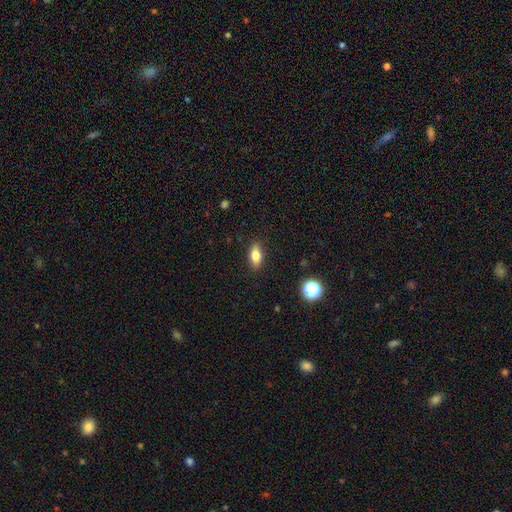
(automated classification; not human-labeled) smooth 75%, featured or disk 16%, star or artifact 9%. Down the decision tree: how rounded — in between (80%); merging — none (88%).